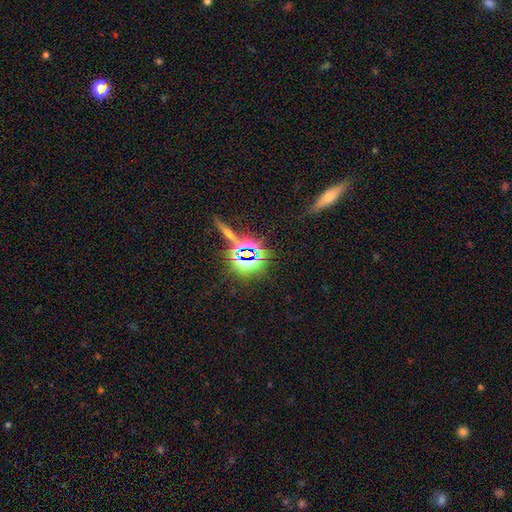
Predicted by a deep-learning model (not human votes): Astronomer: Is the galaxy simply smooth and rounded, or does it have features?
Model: star or artifact — 72%.